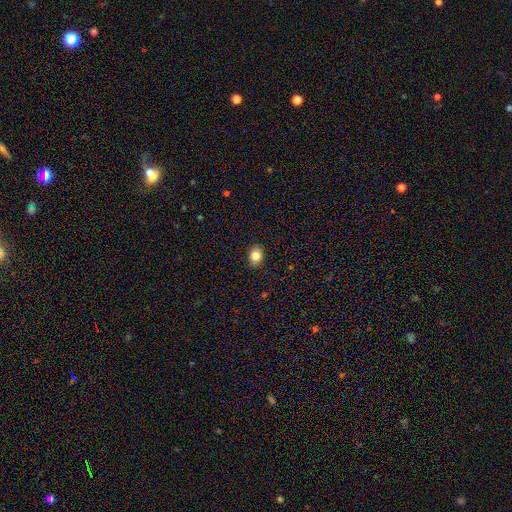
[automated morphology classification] Smooth or featured? smooth (83%)
How rounded? round (54%)
Merging? none (88%)